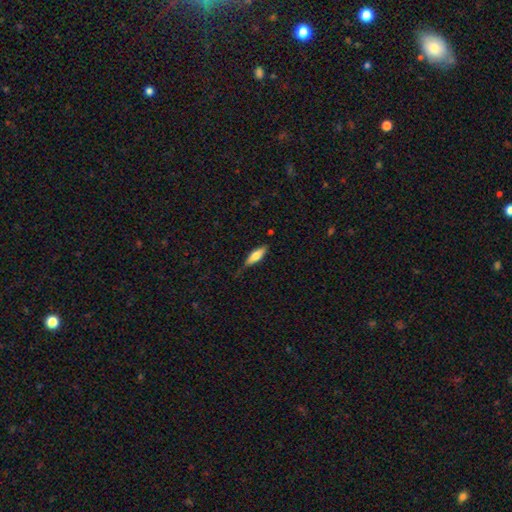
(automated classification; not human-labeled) Smooth or featured? Predicted: smooth (p=0.68). How rounded? Predicted: in between (p=0.50). Merging? Predicted: none (p=0.67).